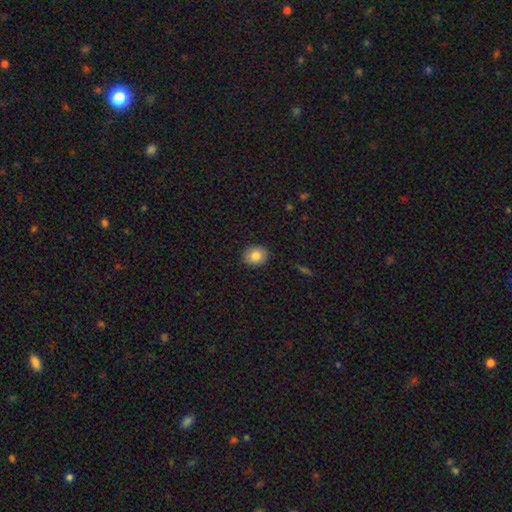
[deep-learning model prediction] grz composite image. It shows a smooth galaxy with no disk features (83%) that is round (64%). Merging: none (88%).